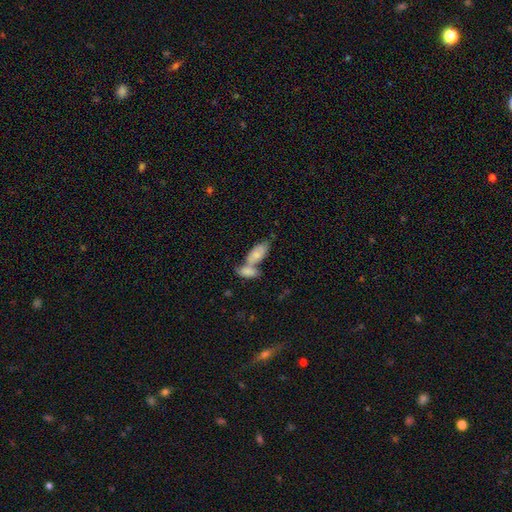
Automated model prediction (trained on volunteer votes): Q: Smooth or featured?
A: smooth (73%); runner-up: featured or disk (20%)
Q: How rounded?
A: in between (87%); runner-up: cigar-shaped (9%)
Q: Merging?
A: merger (65%); runner-up: none (23%)